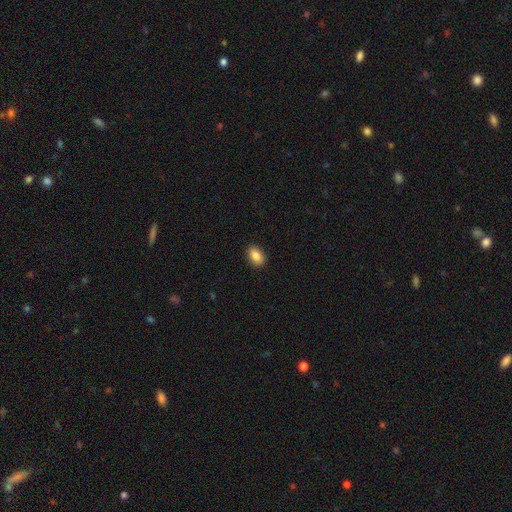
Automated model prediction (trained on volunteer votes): A smooth galaxy with no disk features (88%) that is in between round and cigar-shaped (88%).

Vote fractions:
- Smooth or featured? smooth: 88% / star or artifact: 8% / featured or disk: 4%
- How rounded? in between: 88% / round: 10% / cigar-shaped: 2%
- Merging? none: 90% / minor disturbance: 7% / major disturbance: 2% / merger: 1%